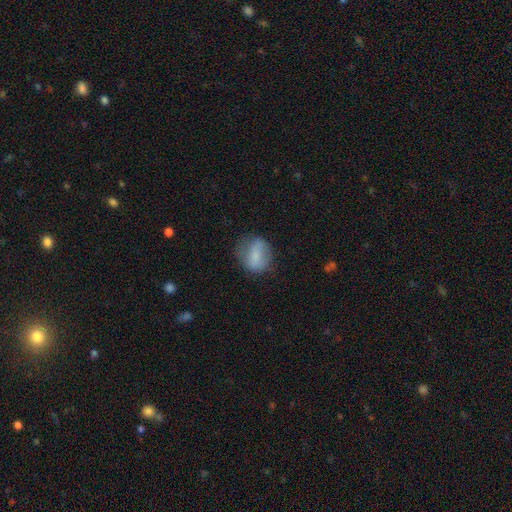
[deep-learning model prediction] This is likely a smooth galaxy (67%). How rounded: possibly round (54%). Merging: likely none (62%).